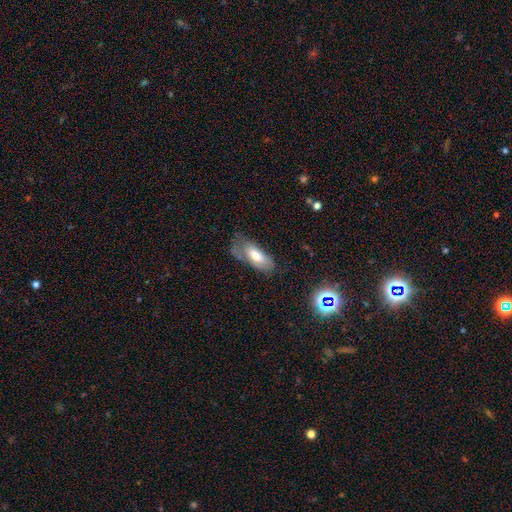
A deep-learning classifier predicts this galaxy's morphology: The model was most divided on "merging": none: 41%, minor disturbance: 35%, major disturbance: 21%, merger: 4%. More confident: how rounded — in between (79%); smooth or featured — smooth (69%).